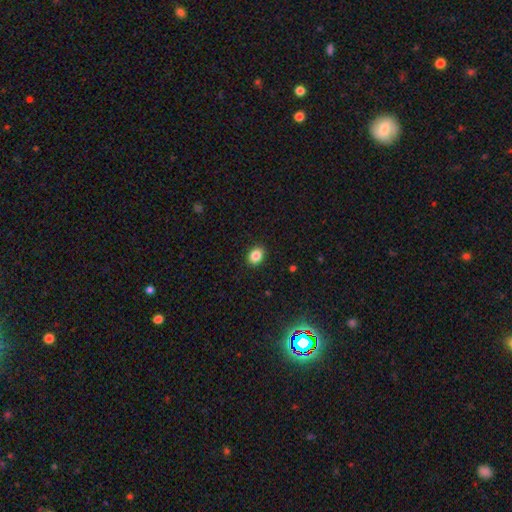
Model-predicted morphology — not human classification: Smooth or featured? Predicted: smooth (p=0.86). How rounded? Predicted: in between (p=0.54). Merging? Predicted: none (p=0.90).